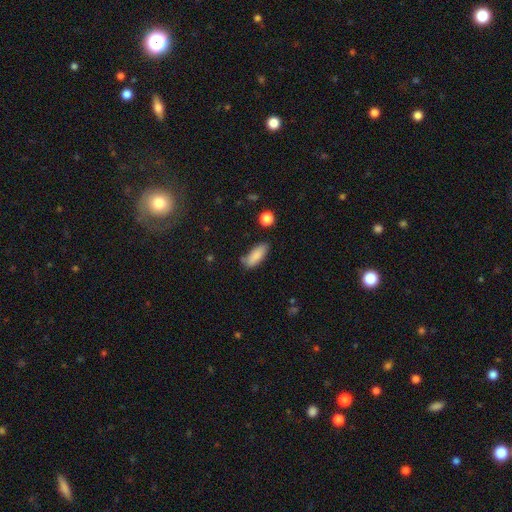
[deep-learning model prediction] The model was most divided on "merging": none: 67%, minor disturbance: 24%, major disturbance: 5%, merger: 4%. More confident: smooth or featured — smooth (85%); how rounded — in between (76%).